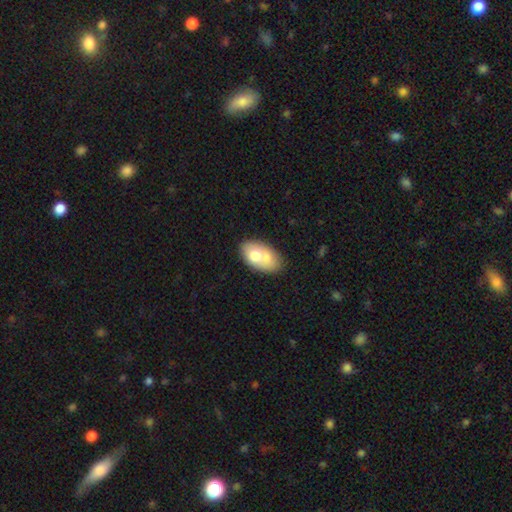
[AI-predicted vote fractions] This appears to be a smooth galaxy with no disk features (68%) that is in between round and cigar-shaped (91%). Merging: none (45%).